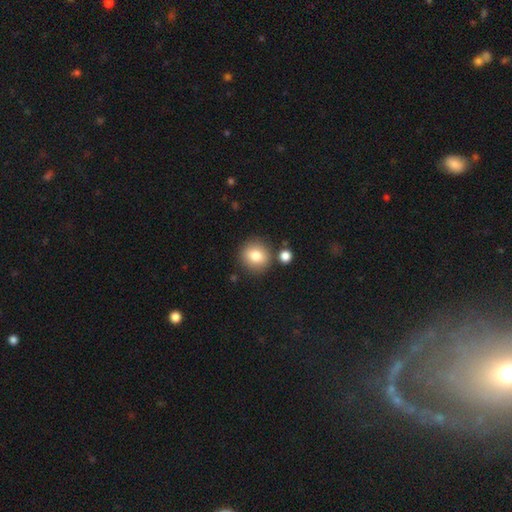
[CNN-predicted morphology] smooth_or_featured: smooth (p=0.80) [alt: featured or disk p=0.10]
how_rounded: round (p=0.89) [alt: in between p=0.10]
merging: none (p=0.81) [alt: minor disturbance p=0.09]